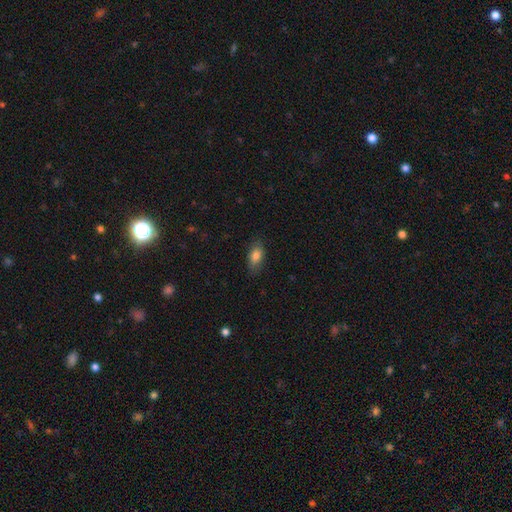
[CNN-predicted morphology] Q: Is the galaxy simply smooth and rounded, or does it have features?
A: smooth — 82%.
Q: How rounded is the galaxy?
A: in between — 87%.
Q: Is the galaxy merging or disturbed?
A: none — 82%.